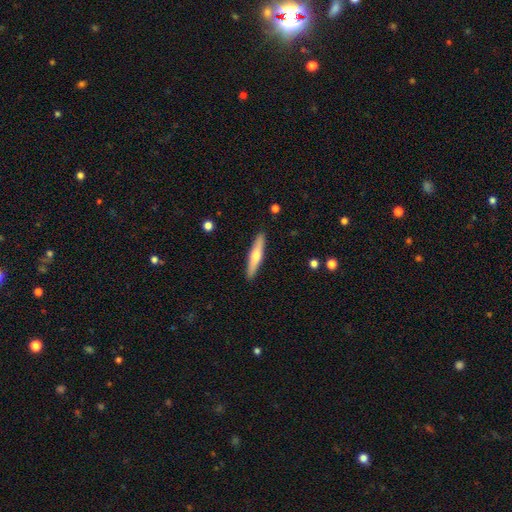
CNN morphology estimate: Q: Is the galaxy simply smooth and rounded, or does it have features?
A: smooth — 50%.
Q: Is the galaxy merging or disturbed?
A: none — 91%.